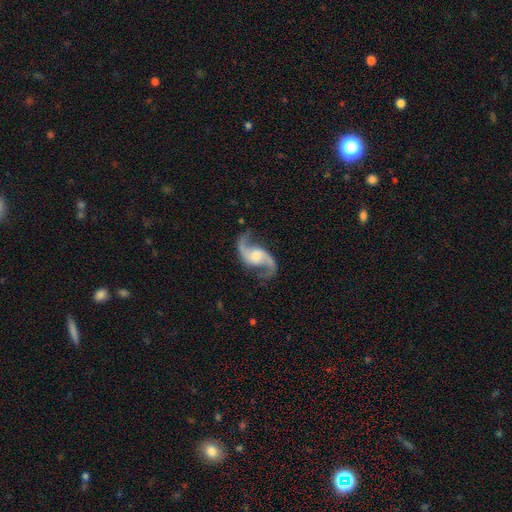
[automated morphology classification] A featured or disk galaxy (92%) with no bar (53%), 2 (94%) loose (67%) spiral arms (98%) and a moderate central bulge (54%).

Vote fractions:
- Smooth or featured? featured or disk: 92% / star or artifact: 4% / smooth: 4%
- Edge-on disk? no: 97% / yes: 3%
- Bar? no: 53% / weak: 36% / strong: 11%
- Spiral arms? yes: 98% / no: 2%
- Spiral winding? loose: 67% / medium: 28% / tight: 5%
- Spiral arm count? 2: 94% / 1: 1% / can't tell: 1% / 3: 1% / 4: 1% / more than 4: 1%
- Bulge size? moderate: 54% / small: 31% / large: 9% / none: 5% / dominant: 1%
- Merging? none: 79% / minor disturbance: 13% / major disturbance: 6% / merger: 2%